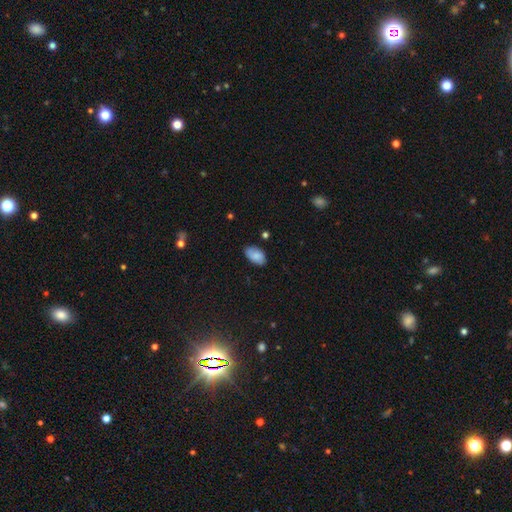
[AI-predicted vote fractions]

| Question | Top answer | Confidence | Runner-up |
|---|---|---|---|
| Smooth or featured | smooth | 84% | featured or disk (9%) |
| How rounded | in between | 94% | round (5%) |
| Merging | none | 78% | minor disturbance (18%) |